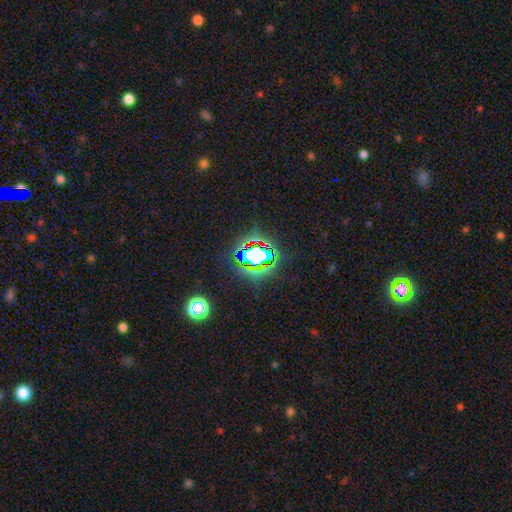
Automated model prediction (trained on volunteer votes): Smooth or featured: star or artifact — 66% (smooth — 19%)